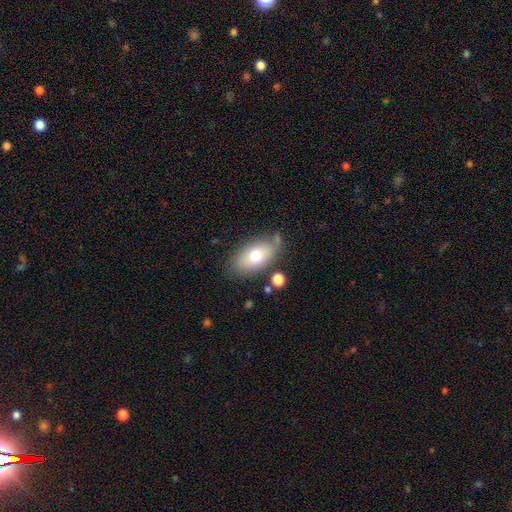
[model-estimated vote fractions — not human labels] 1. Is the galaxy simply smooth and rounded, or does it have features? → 72% smooth, 21% featured or disk, 8% star or artifact.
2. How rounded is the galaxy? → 91% in between, 6% round, 3% cigar-shaped.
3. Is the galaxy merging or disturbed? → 70% none, 19% minor disturbance, 6% merger, 5% major disturbance.